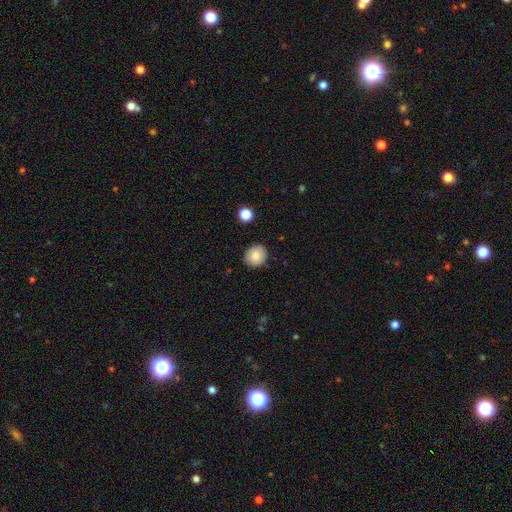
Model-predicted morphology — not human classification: This is clearly a smooth galaxy (84%). How rounded: clearly round (80%). Merging: clearly none (88%).